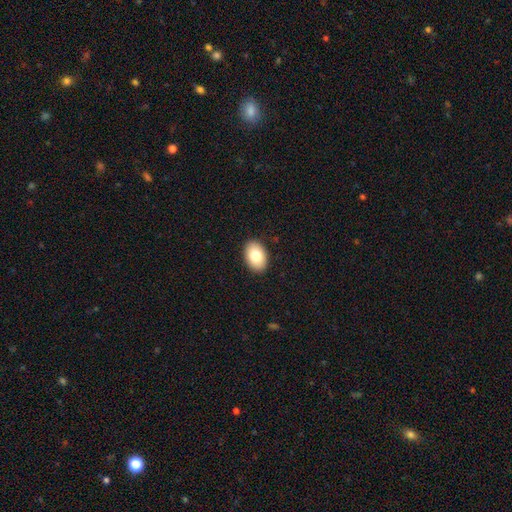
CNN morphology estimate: smooth 80%, featured or disk 12%, star or artifact 7%. Down the decision tree: how rounded — in between (87%); merging — none (90%).